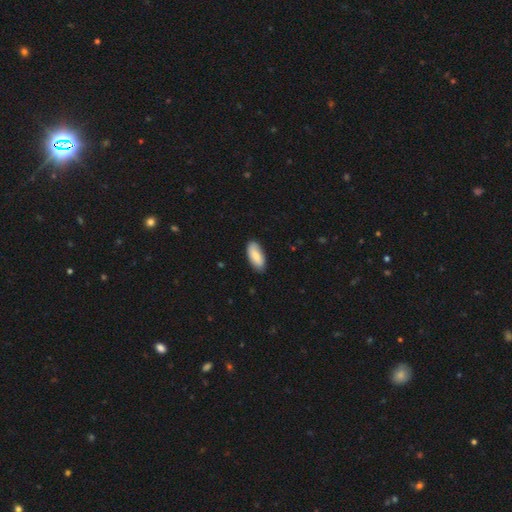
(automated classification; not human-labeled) A smooth galaxy with no disk features (84%) that is in between round and cigar-shaped (87%). Merging: none (84%).